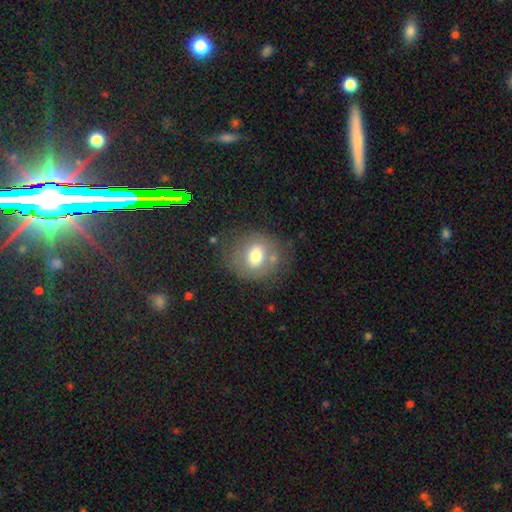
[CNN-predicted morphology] type=smooth (66%); roundness=round (69%); merging=none (66%).